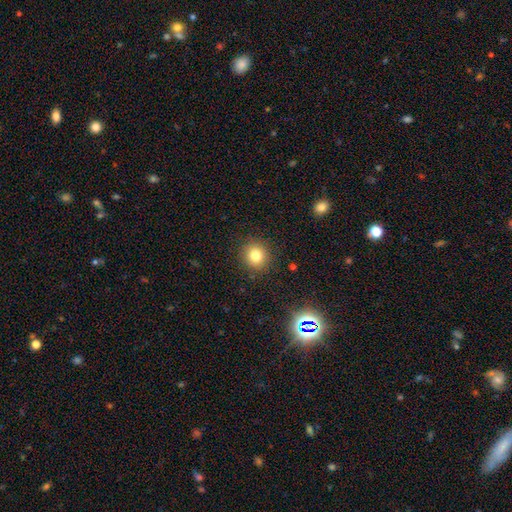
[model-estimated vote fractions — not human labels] smooth-or-featured: smooth: 80% | star or artifact: 13% | featured or disk: 7%
  how-rounded: round: 90% | in between: 9% | cigar-shaped: 1%
  merging: none: 90% | minor disturbance: 6% | major disturbance: 2% | merger: 1%